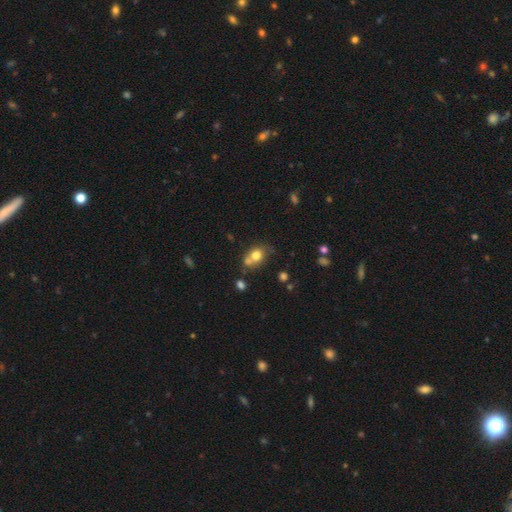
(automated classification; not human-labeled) Smooth or featured?
  - smooth: 74% *
  - featured or disk: 15%
  - star or artifact: 11%
How rounded?
  - round: 54% *
  - in between: 45%
  - cigar-shaped: 1%
Merging?
  - none: 42% *
  - merger: 36%
  - minor disturbance: 16%
  - major disturbance: 7%